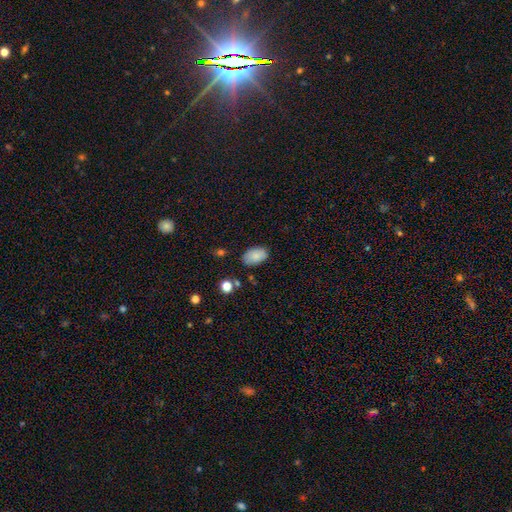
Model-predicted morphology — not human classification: Smooth or featured? smooth (84%)
How rounded? in between (91%)
Merging? none (78%)